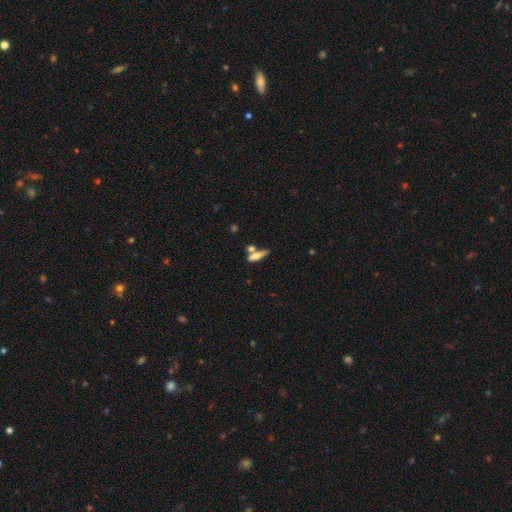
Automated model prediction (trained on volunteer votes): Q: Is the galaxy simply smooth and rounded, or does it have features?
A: smooth — 59%.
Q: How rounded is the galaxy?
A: cigar-shaped — 61%.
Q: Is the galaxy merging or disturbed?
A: none — 52%.